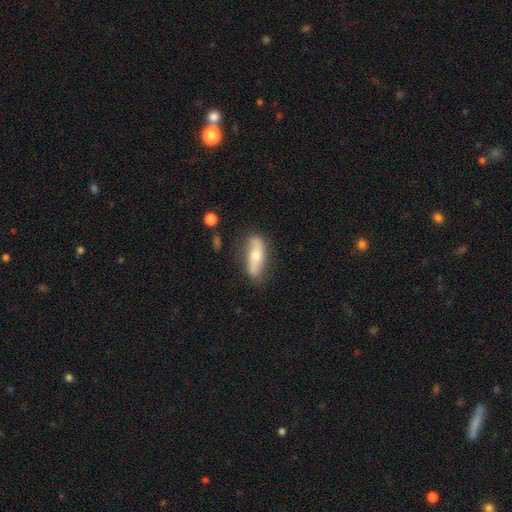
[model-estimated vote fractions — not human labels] smooth-or-featured: featured or disk: 49% | smooth: 44% | star or artifact: 7%
  merging: none: 74% | minor disturbance: 18% | major disturbance: 5% | merger: 3%